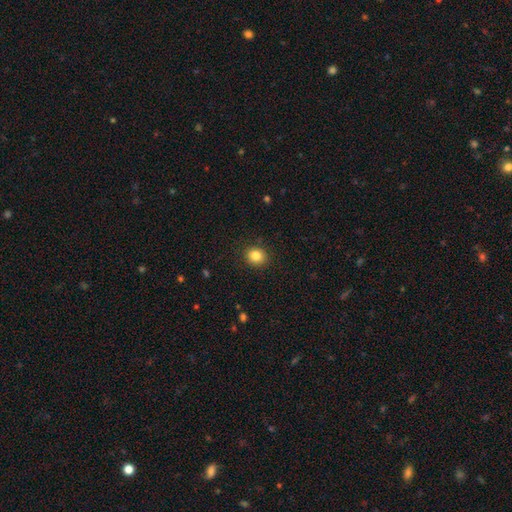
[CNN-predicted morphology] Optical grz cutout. It shows a smooth galaxy with no disk features (84%) that is round (76%). Merging: none (90%).